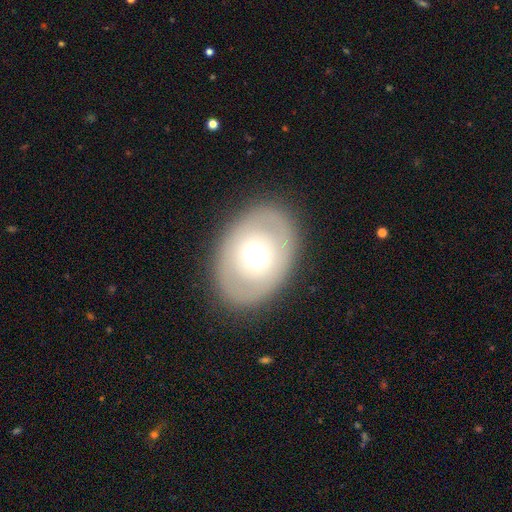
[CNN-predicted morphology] Smooth or featured?
  - smooth: 48% *
  - featured or disk: 44%
  - star or artifact: 7%
Merging?
  - none: 84% *
  - minor disturbance: 10%
  - major disturbance: 4%
  - merger: 1%